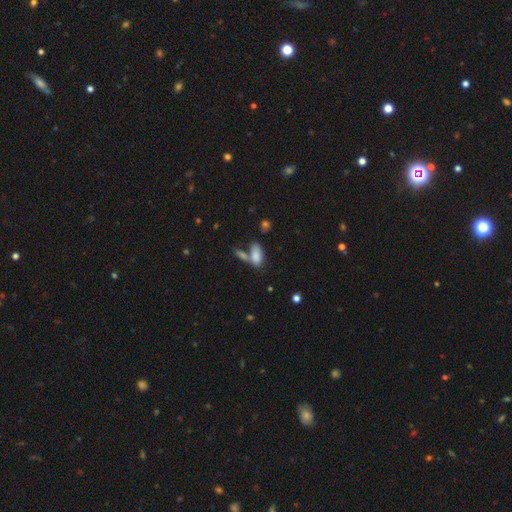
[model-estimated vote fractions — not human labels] smooth-or-featured: smooth: 81% | featured or disk: 10% | star or artifact: 8%
  how-rounded: in between: 86% | cigar-shaped: 11% | round: 4%
  merging: none: 42% | merger: 38% | minor disturbance: 13% | major disturbance: 6%